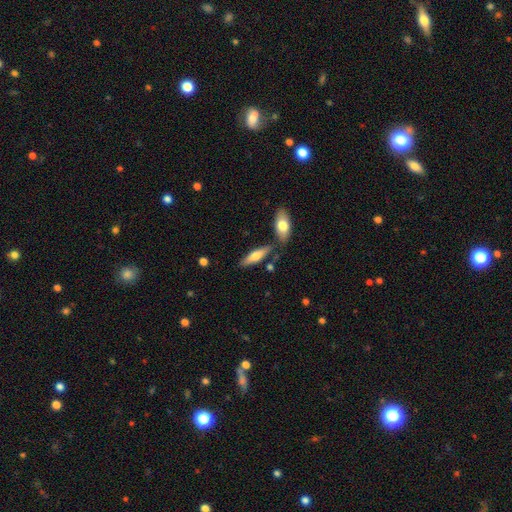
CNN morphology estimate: The model was most divided on "how rounded": cigar-shaped: 59%, in between: 39%, round: 2%. More confident: merging — none (72%); smooth or featured — smooth (62%).